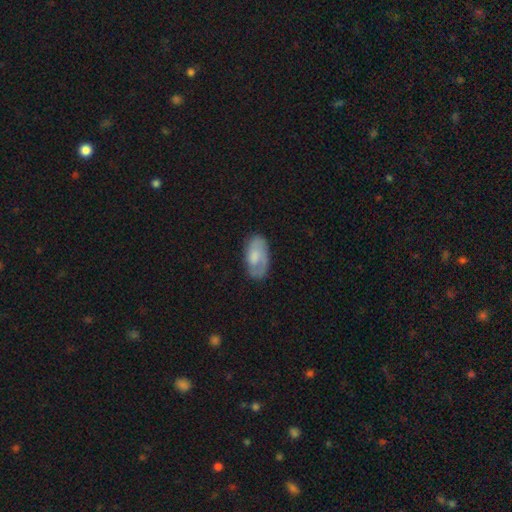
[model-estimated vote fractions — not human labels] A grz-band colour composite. It shows a smooth galaxy with no disk features (51%) that is in between round and cigar-shaped (93%). Merging: none (66%).